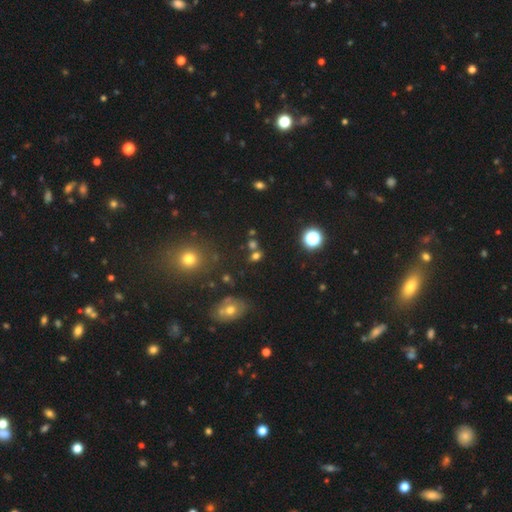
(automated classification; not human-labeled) This is likely a smooth galaxy (64%). How rounded: possibly in between (49%, tied with round). Merging: possibly none (57%).